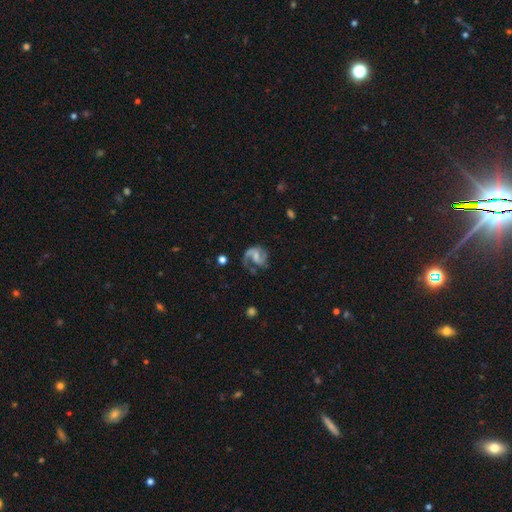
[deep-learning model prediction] Smooth or featured? featured or disk (83%)
Edge-on disk? no (98%)
Bar? weak (48%)
Spiral arms? yes (95%)
Spiral winding? medium (50%)
Spiral arm count? 2 (67%)
Bulge size? small (43%)
Merging? none (51%)